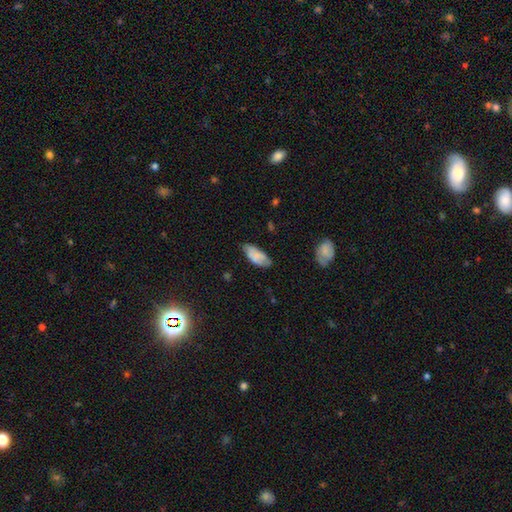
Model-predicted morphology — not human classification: A smooth galaxy with no disk features (72%) that is in between round and cigar-shaped (88%).

Vote fractions:
- Smooth or featured? smooth: 72% / featured or disk: 20% / star or artifact: 7%
- How rounded? in between: 88% / cigar-shaped: 10% / round: 2%
- Merging? none: 64% / minor disturbance: 28% / major disturbance: 6% / merger: 2%